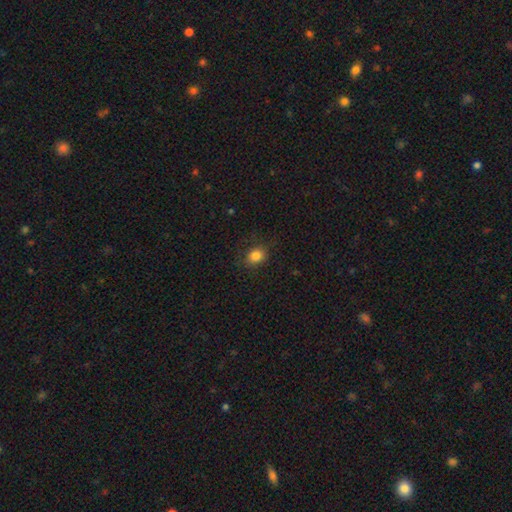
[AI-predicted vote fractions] A smooth galaxy with no disk features (83%) that is round (50%).

Vote fractions:
- Smooth or featured? smooth: 83% / star or artifact: 11% / featured or disk: 5%
- How rounded? round: 50% / in between: 49% / cigar-shaped: 1%
- Merging? none: 82% / minor disturbance: 13% / major disturbance: 4% / merger: 1%